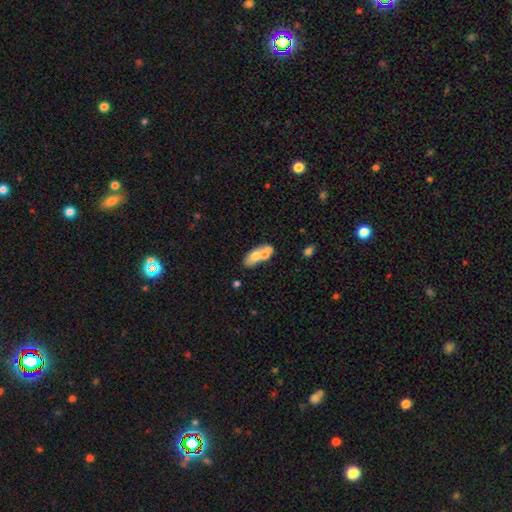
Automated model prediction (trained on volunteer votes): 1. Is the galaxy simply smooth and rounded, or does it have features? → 57% smooth, 35% featured or disk, 8% star or artifact.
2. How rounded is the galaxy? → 81% in between, 11% round, 8% cigar-shaped.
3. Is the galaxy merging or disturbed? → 55% merger, 28% none, 10% minor disturbance, 6% major disturbance.